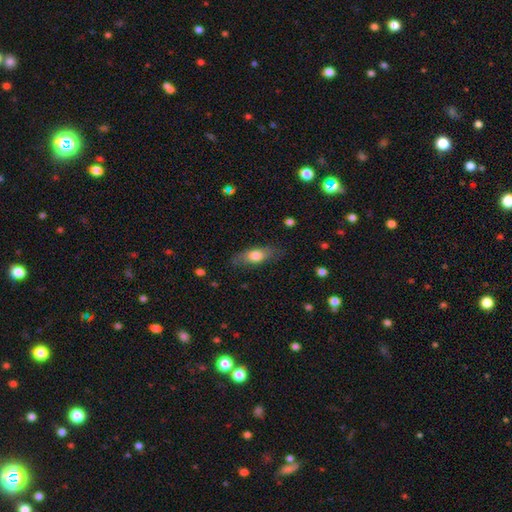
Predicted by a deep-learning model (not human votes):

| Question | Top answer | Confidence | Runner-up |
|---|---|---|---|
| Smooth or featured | smooth | 70% | featured or disk (24%) |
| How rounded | in between | 68% | cigar-shaped (27%) |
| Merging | none | 77% | minor disturbance (17%) |